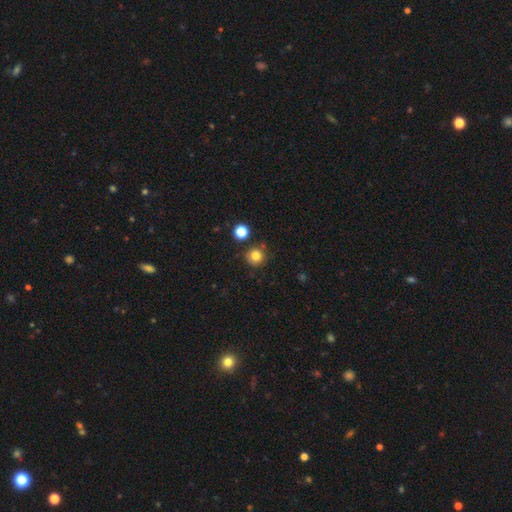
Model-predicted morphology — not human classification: type=smooth (80%); roundness=round (92%); merging=none (80%).